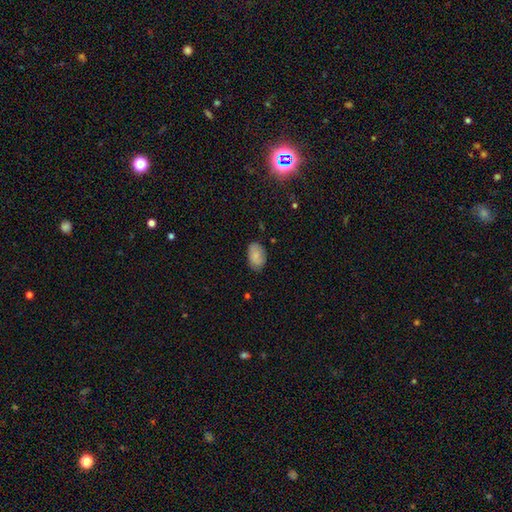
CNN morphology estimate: smooth 81%, featured or disk 11%, star or artifact 8%. Down the decision tree: how rounded — in between (90%); merging — none (76%).